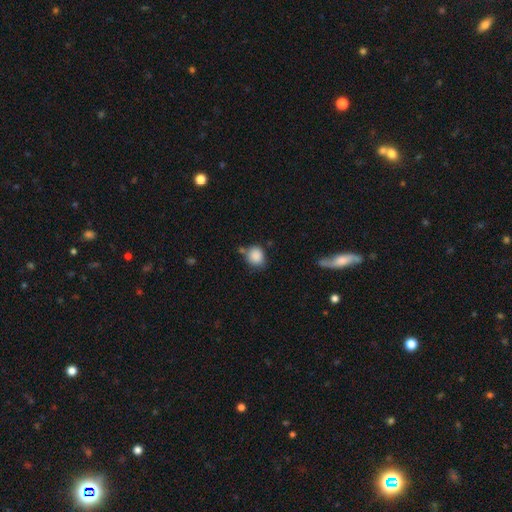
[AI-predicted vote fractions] This appears to be a smooth galaxy with no disk features (87%) that is round (70%). Merging: none (62%).